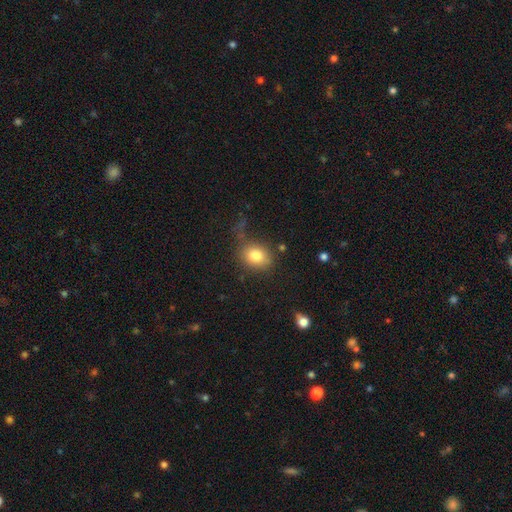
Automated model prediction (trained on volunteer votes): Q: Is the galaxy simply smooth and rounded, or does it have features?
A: smooth — 81%.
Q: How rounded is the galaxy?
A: round — 54%.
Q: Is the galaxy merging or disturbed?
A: none — 66%.